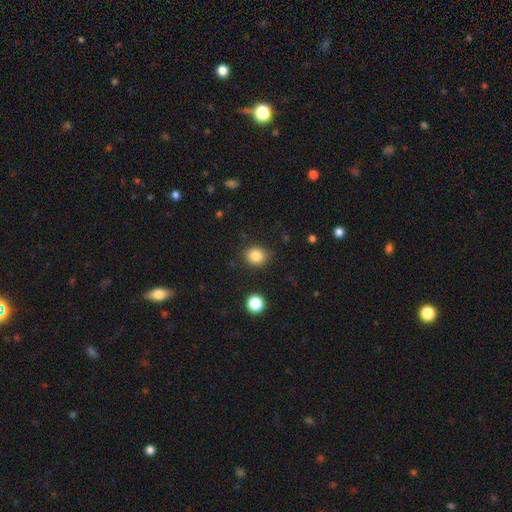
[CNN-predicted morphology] Smooth or featured?
  - smooth: 84% *
  - star or artifact: 11%
  - featured or disk: 5%
How rounded?
  - round: 71% *
  - in between: 28%
  - cigar-shaped: 1%
Merging?
  - none: 87% *
  - minor disturbance: 9%
  - major disturbance: 3%
  - merger: 2%